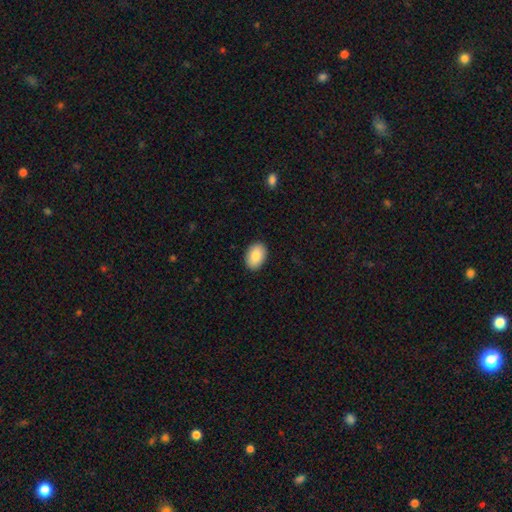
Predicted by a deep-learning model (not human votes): A smooth galaxy with no disk features (87%) that is in between round and cigar-shaped (86%). Merging: none (90%).